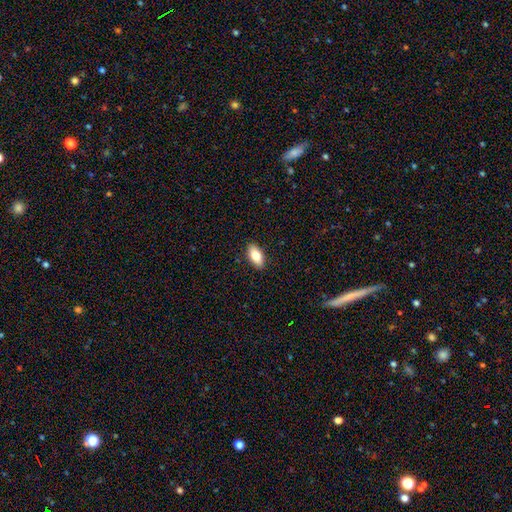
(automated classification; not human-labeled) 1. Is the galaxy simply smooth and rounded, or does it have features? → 77% smooth, 16% featured or disk, 7% star or artifact.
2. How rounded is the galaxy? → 89% in between, 8% cigar-shaped, 3% round.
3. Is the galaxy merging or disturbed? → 89% none, 8% minor disturbance, 2% major disturbance, 1% merger.